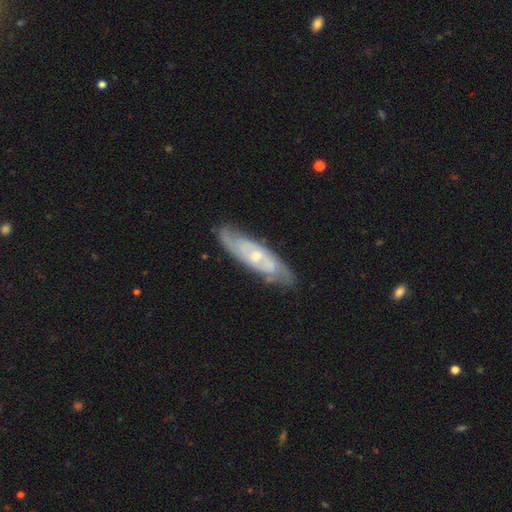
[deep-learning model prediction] Smooth or featured? Predicted: featured or disk (p=0.74). Edge-on disk? Predicted: no (p=0.74). Bar? Predicted: no (p=0.59). Spiral arms? Predicted: yes (p=0.87). Bulge size? Predicted: small (p=0.56). Merging? Predicted: none (p=0.77).